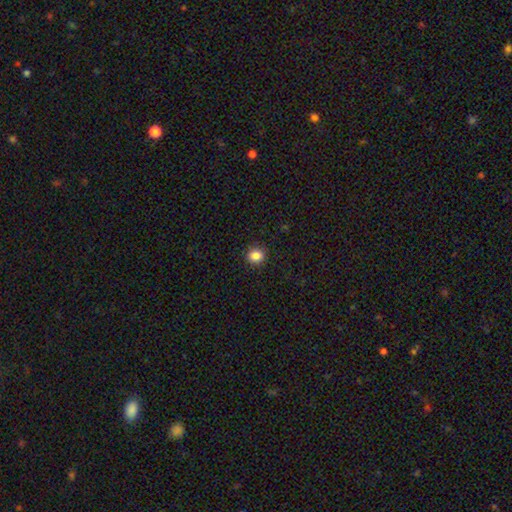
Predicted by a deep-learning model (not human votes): Smooth or featured? Predicted: smooth (p=0.86). How rounded? Predicted: round (p=0.81). Merging? Predicted: none (p=0.91).